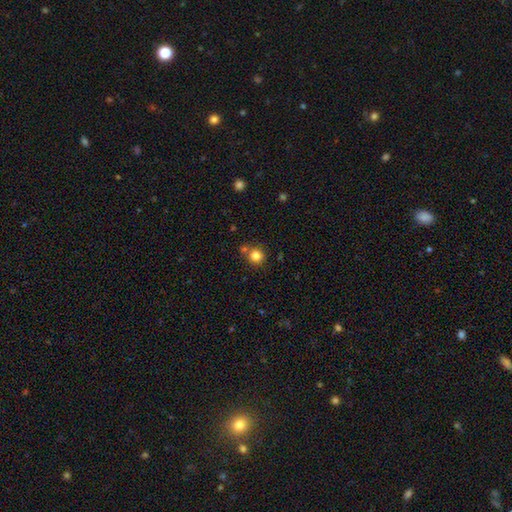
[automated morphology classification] This is clearly a smooth galaxy (82%). How rounded: clearly round (92%). Merging: likely none (73%).